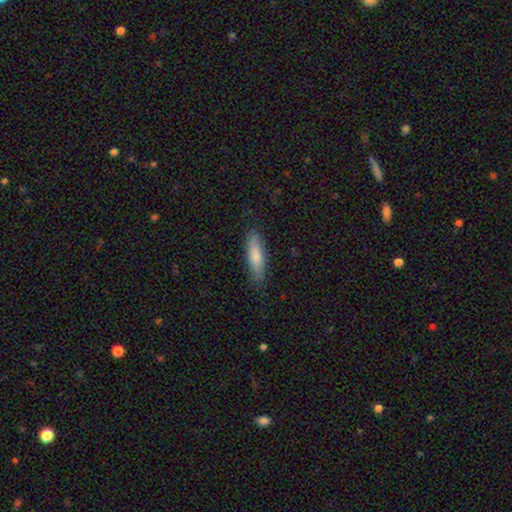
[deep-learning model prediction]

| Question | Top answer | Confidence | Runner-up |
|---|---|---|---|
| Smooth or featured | smooth | 78% | featured or disk (17%) |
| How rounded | cigar-shaped | 71% | in between (28%) |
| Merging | none | 85% | minor disturbance (12%) |